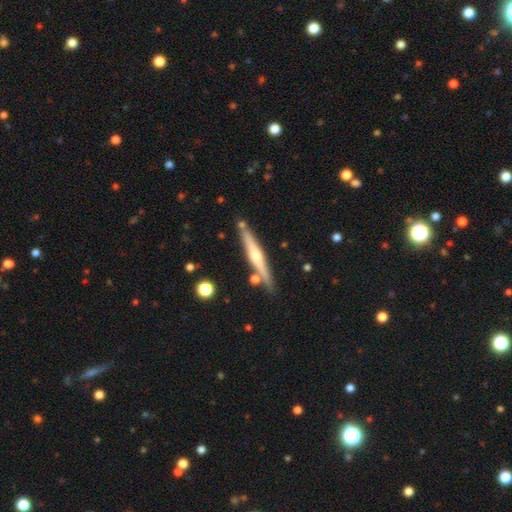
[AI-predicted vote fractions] smooth_or_featured: featured or disk (p=0.59) [alt: smooth p=0.35]
disk_edge_on: yes (p=0.97) [alt: no p=0.03]
edge_on_bulge: rounded (p=0.77) [alt: none p=0.16]
merging: none (p=0.82) [alt: minor disturbance p=0.11]